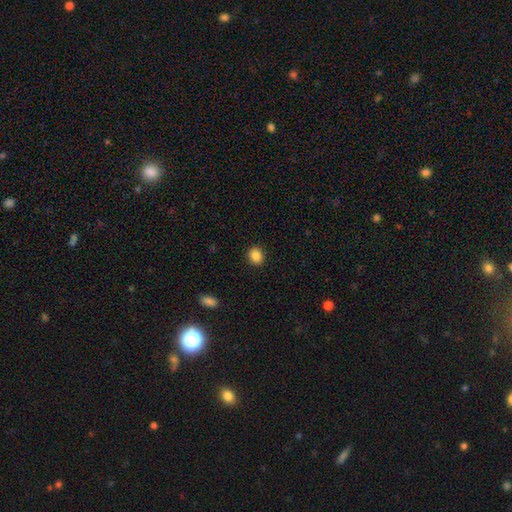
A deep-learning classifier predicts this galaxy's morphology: Smooth or featured? smooth (87%)
How rounded? round (66%)
Merging? none (91%)